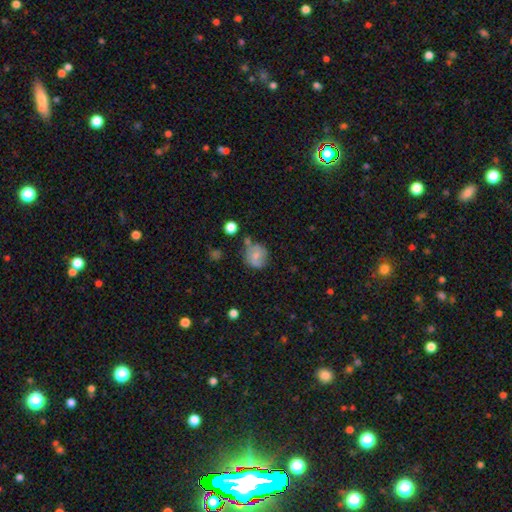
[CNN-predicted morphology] A smooth galaxy with no disk features (65%) that is round (83%). Merging: none (63%).